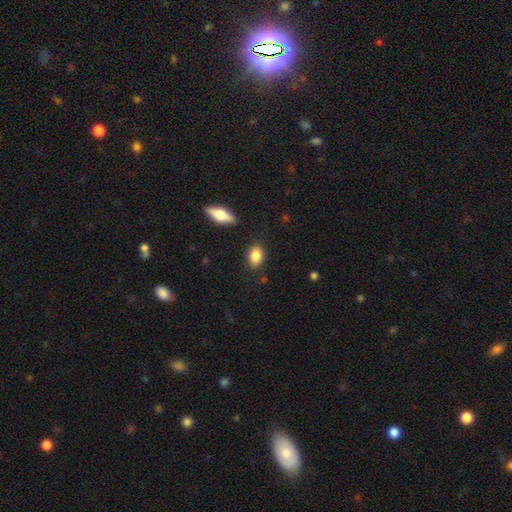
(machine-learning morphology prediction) Smooth or featured? smooth (85%)
How rounded? in between (79%)
Merging? none (85%)